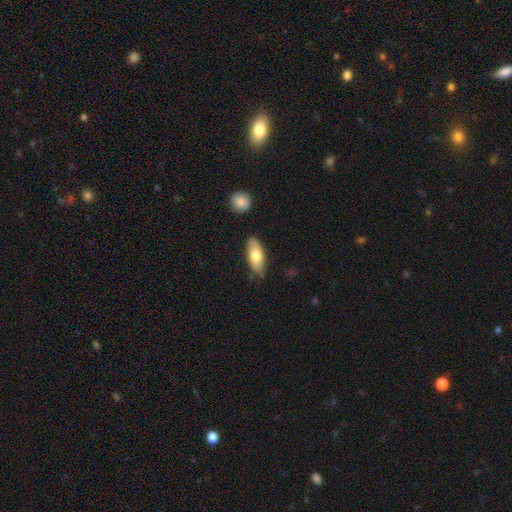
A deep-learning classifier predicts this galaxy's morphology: Smooth or featured: smooth — 73% (featured or disk — 21%)
How rounded: in between — 82% (cigar-shaped — 15%)
Merging: none — 77% (minor disturbance — 17%)